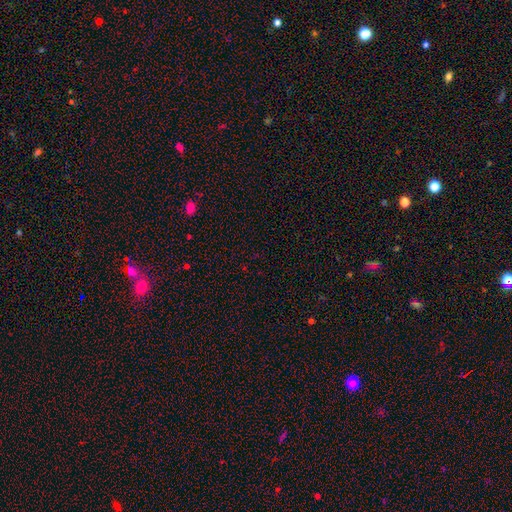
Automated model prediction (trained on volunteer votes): A star or artifact, not a galaxy (64%).

Vote fractions:
- Smooth or featured? star or artifact: 64% / smooth: 28% / featured or disk: 7%